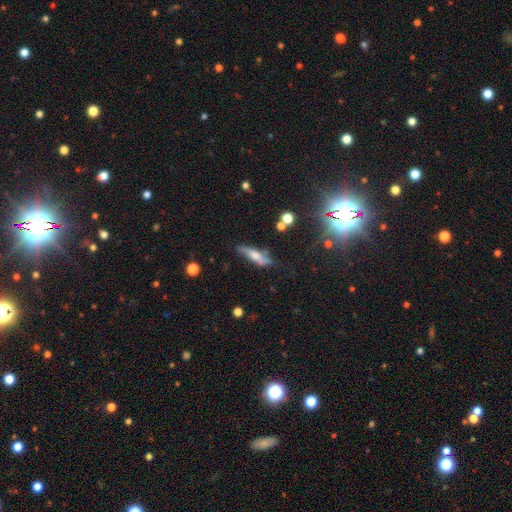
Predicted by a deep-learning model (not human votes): Smooth or featured?
  - smooth: 48% *
  - featured or disk: 43%
  - star or artifact: 9%
Merging?
  - none: 59% *
  - minor disturbance: 26%
  - major disturbance: 8%
  - merger: 7%